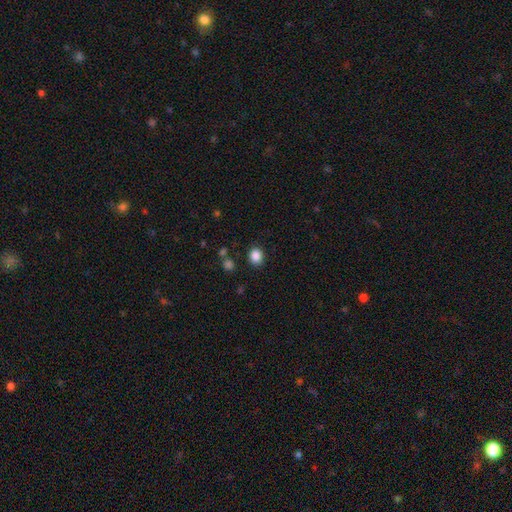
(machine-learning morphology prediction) The model was most divided on "how rounded": round: 65%, in between: 34%, cigar-shaped: 1%. More confident: smooth or featured — smooth (86%); merging — none (86%).